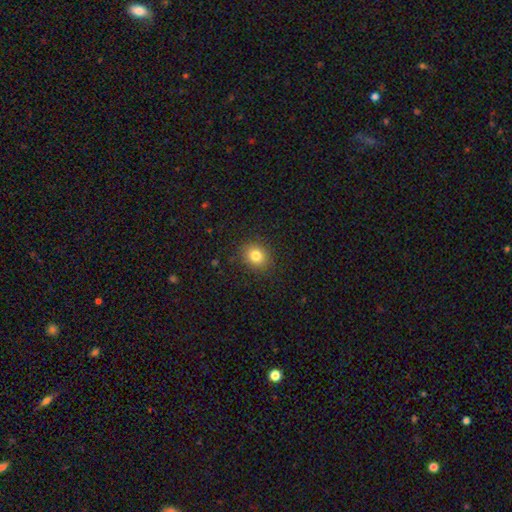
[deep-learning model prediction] Morphology: type=smooth (82%); roundness=round (67%); merging=none (88%).